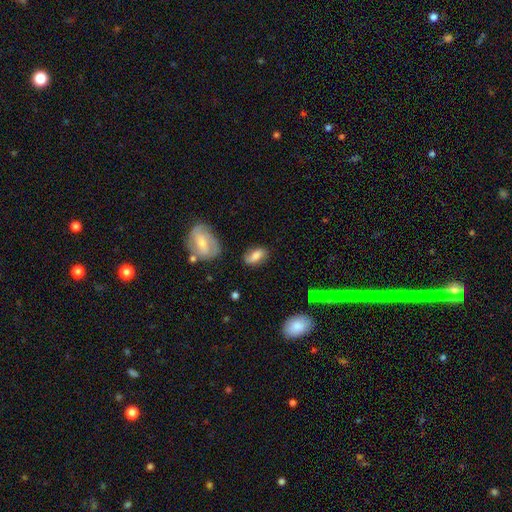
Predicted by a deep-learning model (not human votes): Smooth or featured? Predicted: smooth (p=0.73). How rounded? Predicted: in between (p=0.88). Merging? Predicted: none (p=0.72).